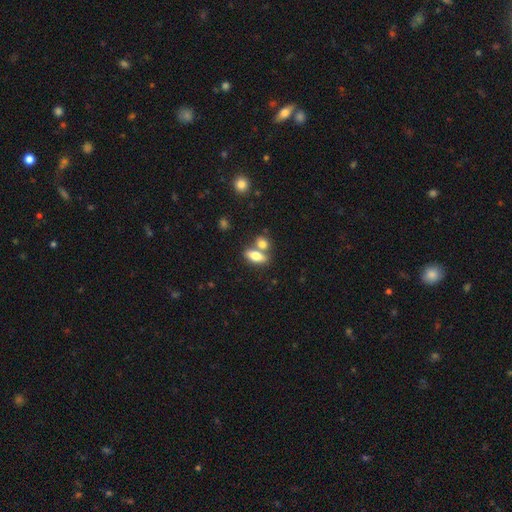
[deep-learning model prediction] smooth-or-featured: smooth: 75% | featured or disk: 18% | star or artifact: 8%
  how-rounded: in between: 76% | cigar-shaped: 17% | round: 7%
  merging: none: 47% | merger: 40% | minor disturbance: 9% | major disturbance: 3%